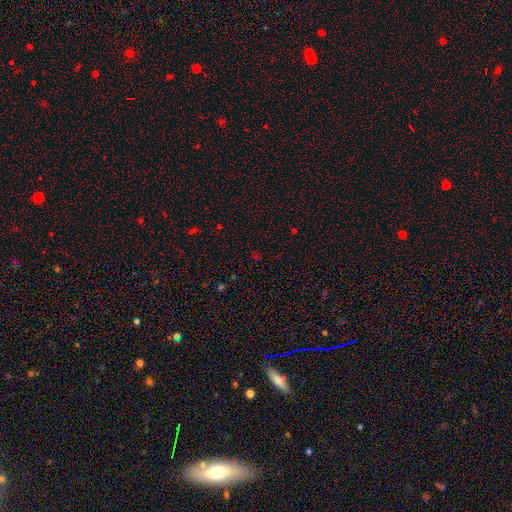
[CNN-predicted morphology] smooth-or-featured: star or artifact: 60% | smooth: 33% | featured or disk: 8%